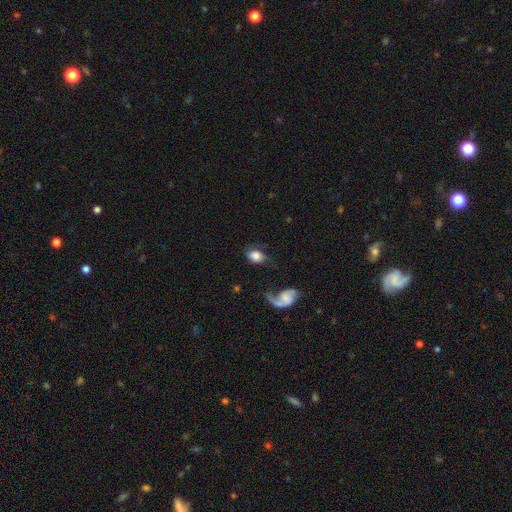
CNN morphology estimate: smooth-or-featured: smooth: 67% | featured or disk: 25% | star or artifact: 8%
  how-rounded: in between: 74% | round: 25% | cigar-shaped: 2%
  merging: none: 37% | major disturbance: 28% | minor disturbance: 21% | merger: 14%